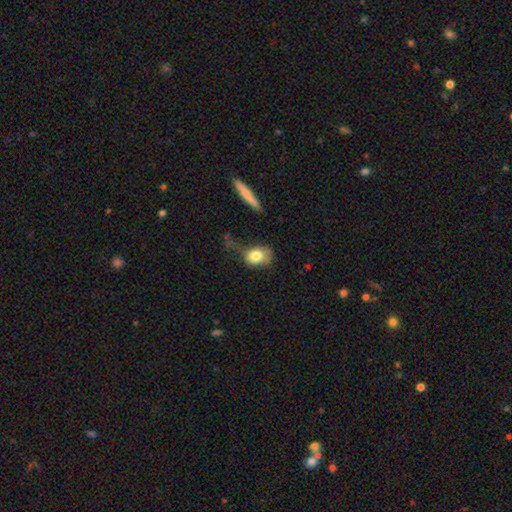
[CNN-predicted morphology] smooth_or_featured: smooth (p=0.78) [alt: featured or disk p=0.14]
how_rounded: in between (p=0.65) [alt: round p=0.33]
merging: none (p=0.35) [alt: minor disturbance p=0.30]